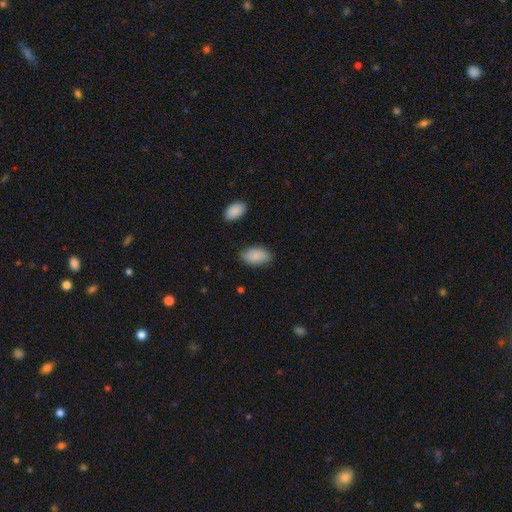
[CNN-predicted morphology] Smooth or featured?
  - smooth: 88% *
  - star or artifact: 6%
  - featured or disk: 6%
How rounded?
  - in between: 94% *
  - round: 4%
  - cigar-shaped: 2%
Merging?
  - none: 82% *
  - minor disturbance: 13%
  - major disturbance: 3%
  - merger: 2%